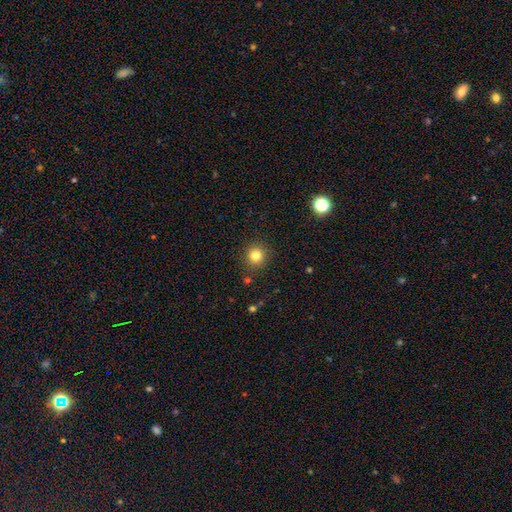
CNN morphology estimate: smooth 81%, star or artifact 13%, featured or disk 6%. Down the decision tree: how rounded — round (93%); merging — none (89%).